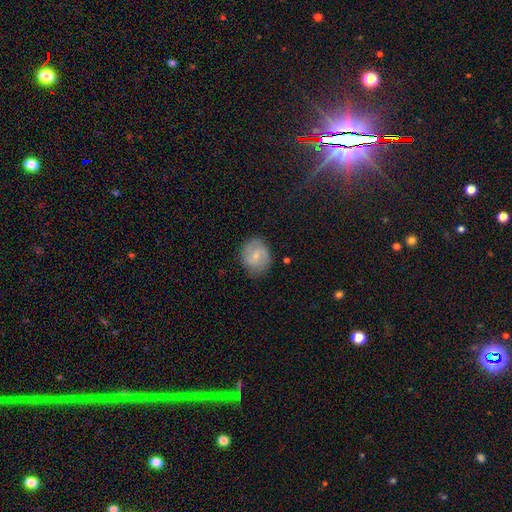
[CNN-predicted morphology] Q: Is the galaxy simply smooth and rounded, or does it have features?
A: featured or disk — 49%.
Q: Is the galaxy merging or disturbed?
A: none — 82%.